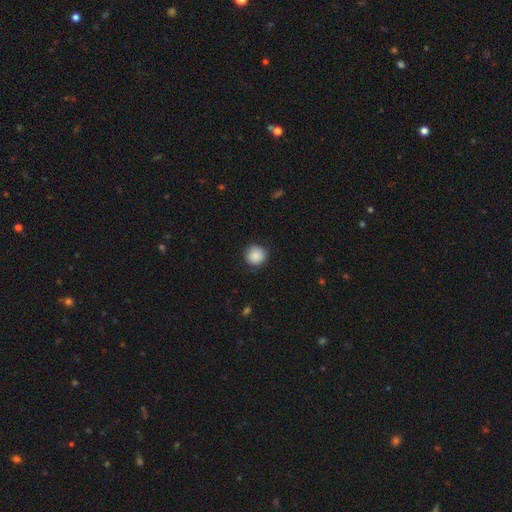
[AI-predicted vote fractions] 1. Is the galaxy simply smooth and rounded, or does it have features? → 87% smooth, 9% star or artifact, 4% featured or disk.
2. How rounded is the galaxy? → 94% round, 5% in between, 1% cigar-shaped.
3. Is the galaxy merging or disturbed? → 87% none, 9% minor disturbance, 3% major disturbance, 1% merger.